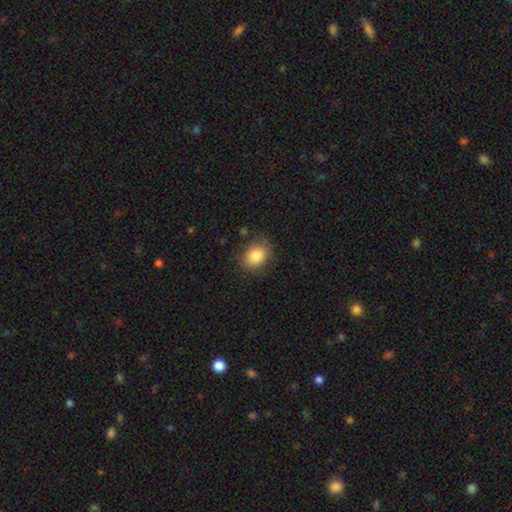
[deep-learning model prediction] This is clearly a smooth galaxy (86%). How rounded: likely in between (68%). Merging: clearly none (81%).